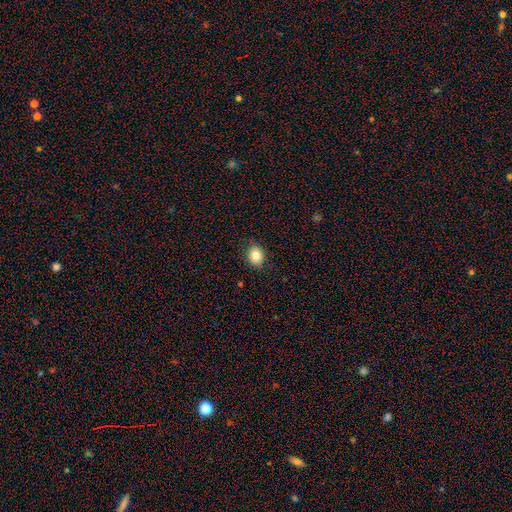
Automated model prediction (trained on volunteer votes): This appears to be a smooth galaxy with no disk features (83%) that is round (50%). Merging: none (88%).